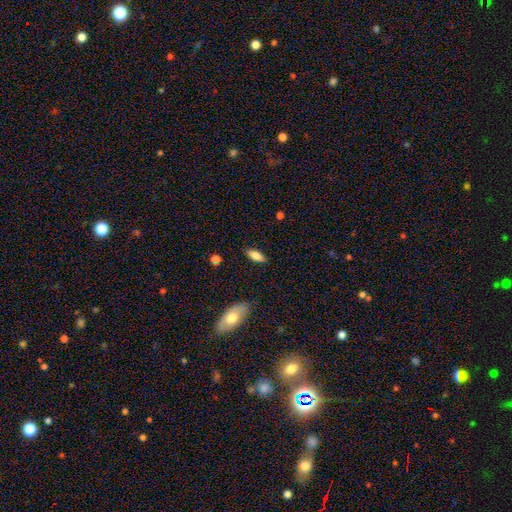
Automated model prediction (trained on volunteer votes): Overall: smooth (78%). How rounded: in between (79%). Merging: none (86%).